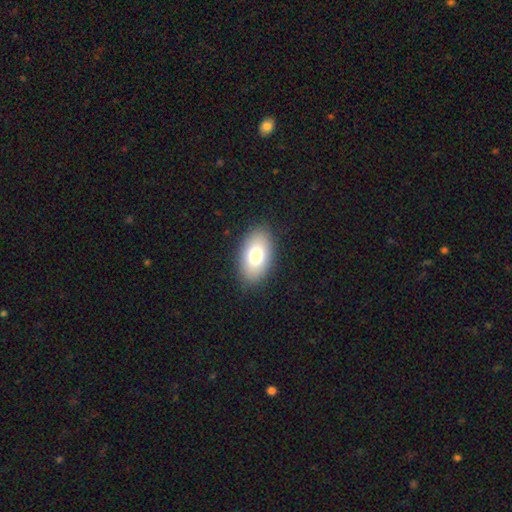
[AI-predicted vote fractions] smooth_or_featured: smooth (p=0.80) [alt: featured or disk p=0.13]
how_rounded: in between (p=0.94) [alt: round p=0.05]
merging: none (p=0.87) [alt: minor disturbance p=0.09]